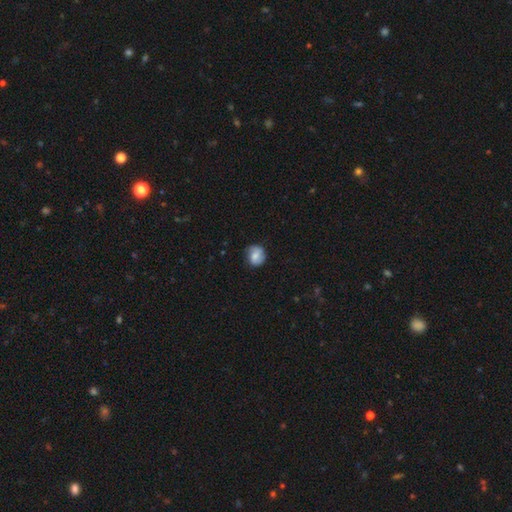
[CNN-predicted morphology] This is likely a smooth galaxy (61%). How rounded: likely round (75%). Merging: likely none (74%).